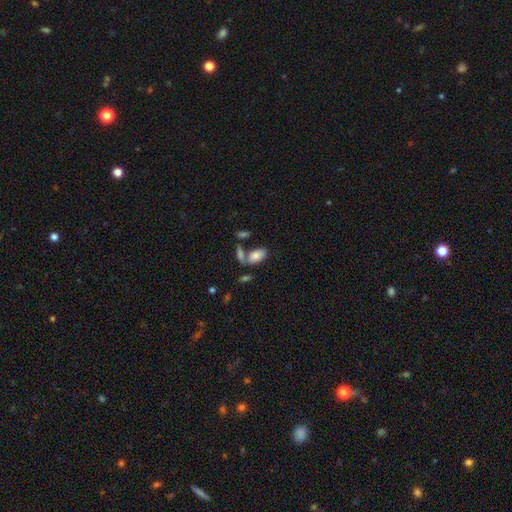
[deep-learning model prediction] Overall: smooth (79%). How rounded: in between (93%). Merging: none (55%; merger 26%).